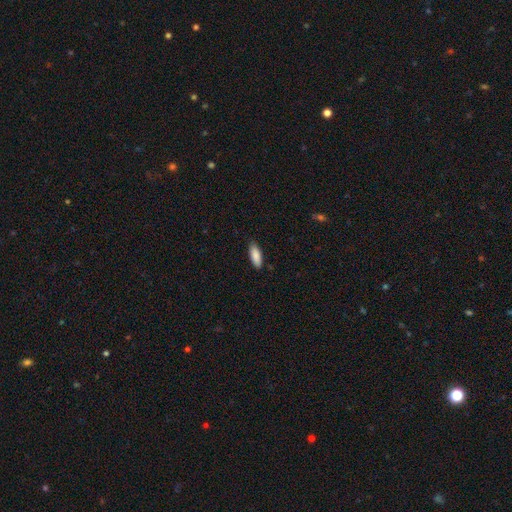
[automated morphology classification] This appears to be a smooth galaxy with no disk features (89%) that is in between round and cigar-shaped (72%). Merging: none (85%).